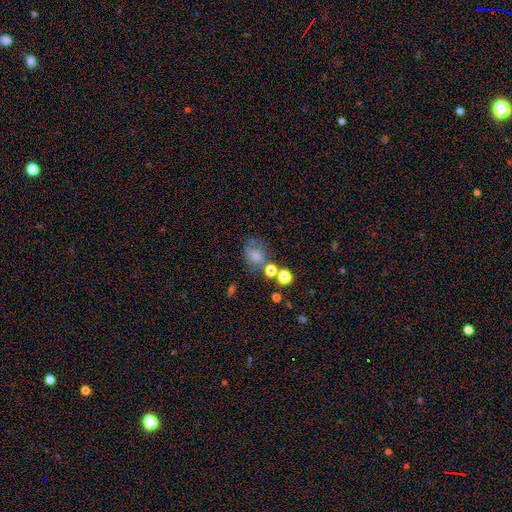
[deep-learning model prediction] The model was most divided on "how rounded": round: 57%, in between: 42%, cigar-shaped: 1%. Remaining: smooth or featured — smooth (70%); merging — none (50%).